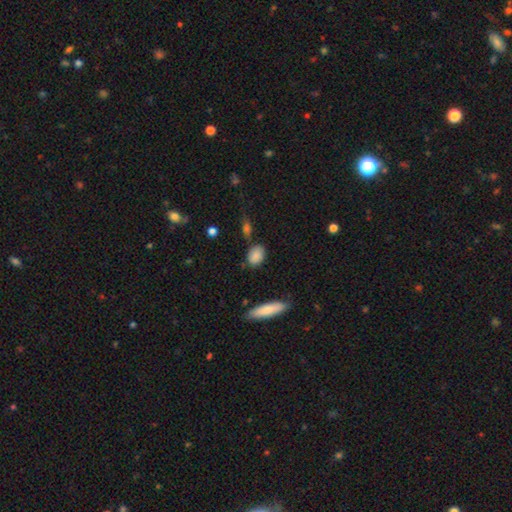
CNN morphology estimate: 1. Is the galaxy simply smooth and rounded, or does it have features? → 84% smooth, 8% star or artifact, 8% featured or disk.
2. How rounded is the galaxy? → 72% in between, 25% round, 3% cigar-shaped.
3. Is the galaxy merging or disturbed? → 74% none, 17% minor disturbance, 5% merger, 4% major disturbance.